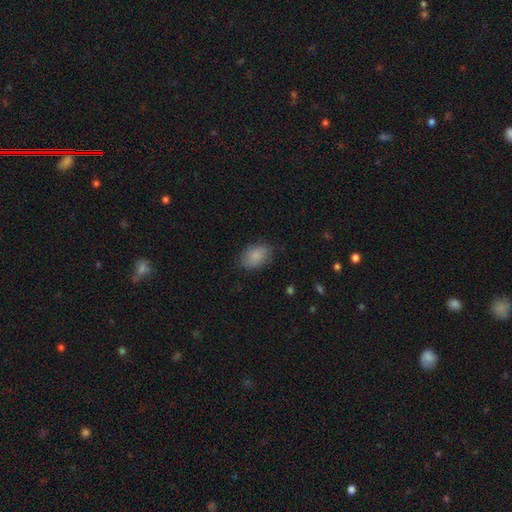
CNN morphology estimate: Smooth or featured?
  - smooth: 88% *
  - star or artifact: 7%
  - featured or disk: 5%
How rounded?
  - in between: 86% *
  - round: 12%
  - cigar-shaped: 1%
Merging?
  - none: 81% *
  - minor disturbance: 14%
  - major disturbance: 4%
  - merger: 1%